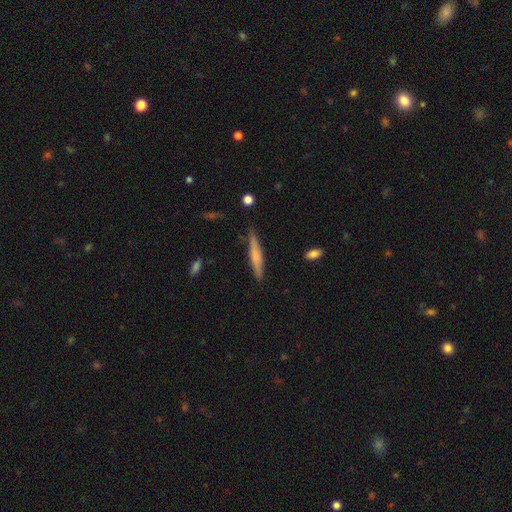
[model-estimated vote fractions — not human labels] This appears to be a smooth galaxy with no disk features (54%) that is cigar-shaped (93%). Merging: none (86%).